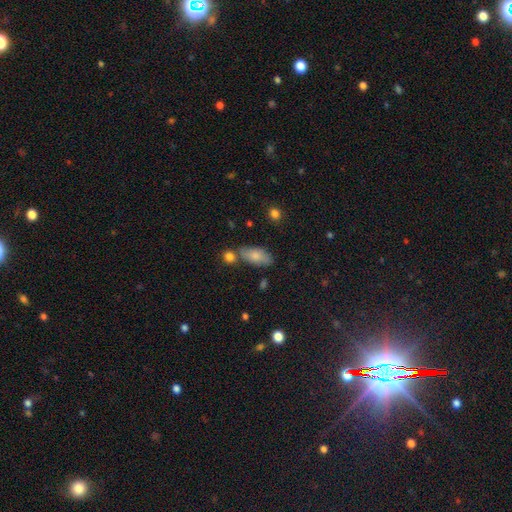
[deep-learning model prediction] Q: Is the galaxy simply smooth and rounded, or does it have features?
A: smooth — 77%.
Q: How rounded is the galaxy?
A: in between — 85%.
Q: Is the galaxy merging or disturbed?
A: none — 67%.